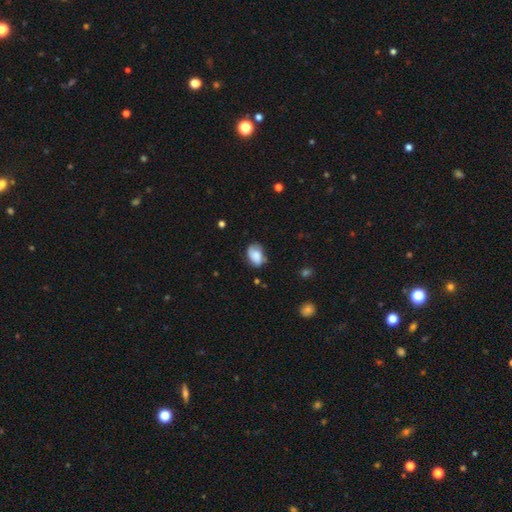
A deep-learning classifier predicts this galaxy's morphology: This is likely a smooth galaxy (72%). How rounded: clearly in between (83%). Merging: likely none (61%).